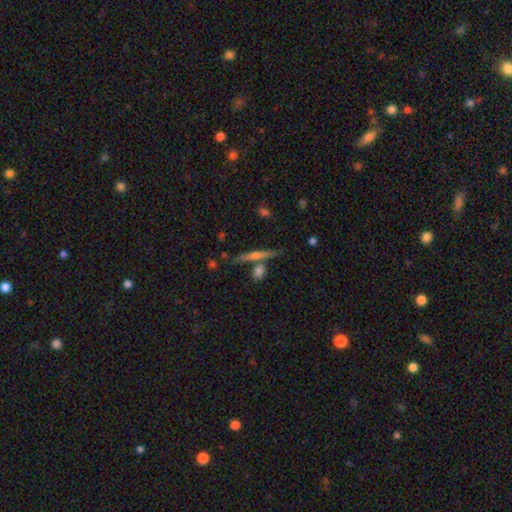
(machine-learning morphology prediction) This appears to be a featured or disk galaxy (58%) viewed edge-on (96%) with a rounded central bulge (58%). Merging: none (76%).